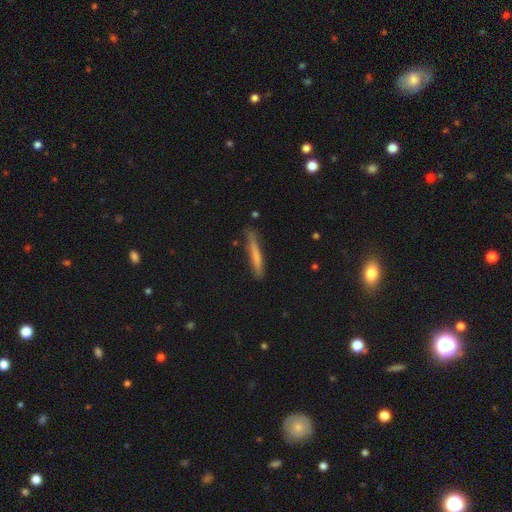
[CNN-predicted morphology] This is likely a smooth galaxy (66%). How rounded: clearly cigar-shaped (95%). Merging: clearly none (81%).